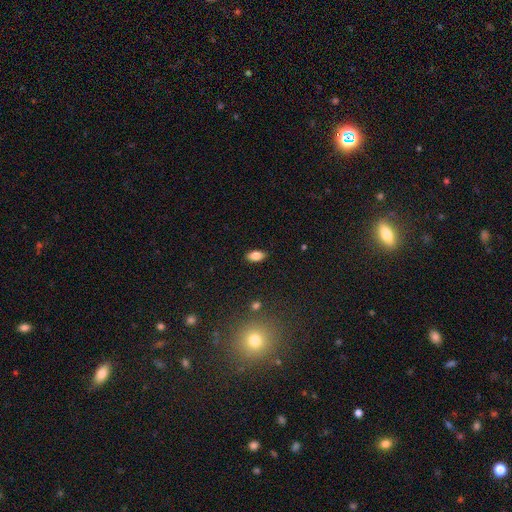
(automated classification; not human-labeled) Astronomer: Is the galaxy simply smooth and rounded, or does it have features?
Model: smooth — 84%.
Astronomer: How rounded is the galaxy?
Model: in between — 91%.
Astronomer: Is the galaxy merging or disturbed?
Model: none — 88%.